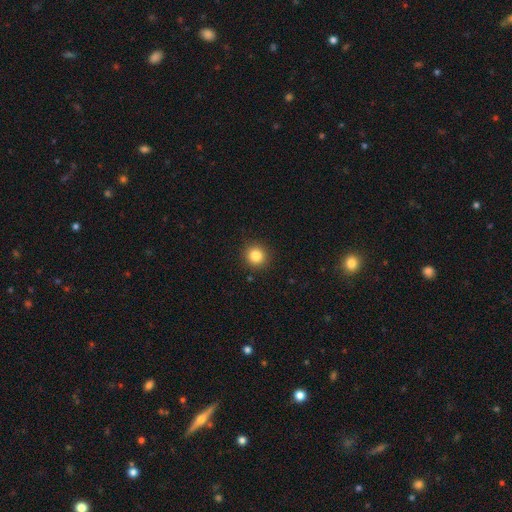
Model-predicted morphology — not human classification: smooth_or_featured: smooth (p=0.84) [alt: star or artifact p=0.11]
how_rounded: round (p=0.92) [alt: in between p=0.07]
merging: none (p=0.91) [alt: minor disturbance p=0.06]